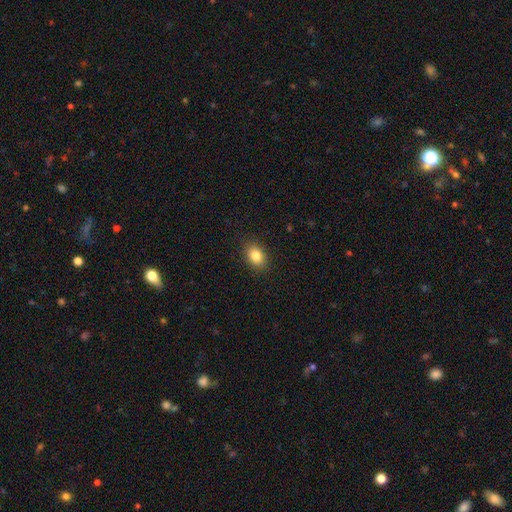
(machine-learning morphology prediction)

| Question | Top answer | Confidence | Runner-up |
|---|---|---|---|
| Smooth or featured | smooth | 84% | star or artifact (9%) |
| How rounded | in between | 73% | round (26%) |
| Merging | none | 88% | minor disturbance (8%) |